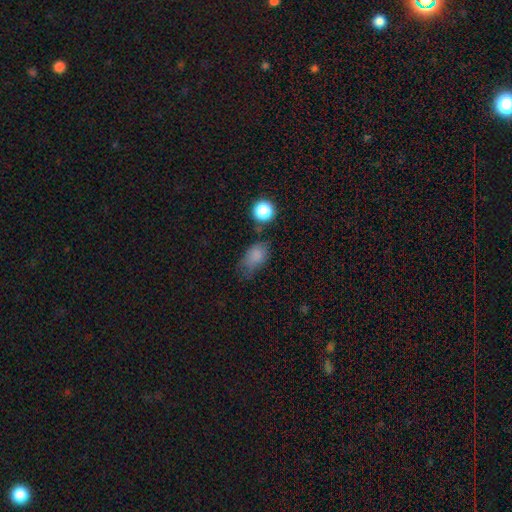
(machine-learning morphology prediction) smooth_or_featured: smooth (p=0.79) [alt: star or artifact p=0.13]
how_rounded: in between (p=0.79) [alt: round p=0.19]
merging: none (p=0.44) [alt: minor disturbance p=0.34]